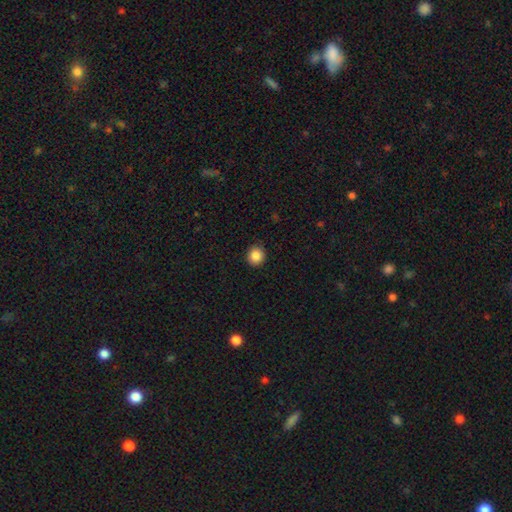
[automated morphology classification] smooth 86%, star or artifact 10%, featured or disk 5%. Down the decision tree: how rounded — round (90%); merging — none (90%).